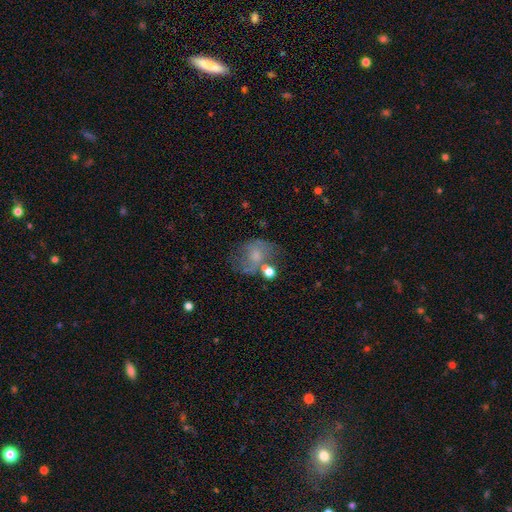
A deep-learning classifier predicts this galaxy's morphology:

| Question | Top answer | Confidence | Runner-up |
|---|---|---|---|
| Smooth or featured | featured or disk | 47% | smooth (40%) |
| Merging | none | 45% | minor disturbance (23%) |